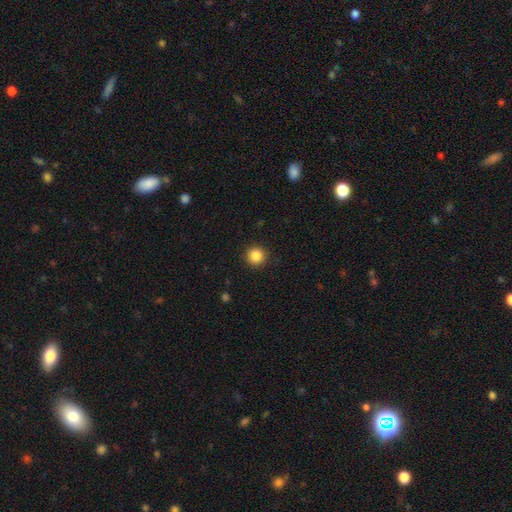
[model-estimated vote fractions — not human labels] Smooth or featured? Predicted: smooth (p=0.86). How rounded? Predicted: round (p=0.95). Merging? Predicted: none (p=0.92).